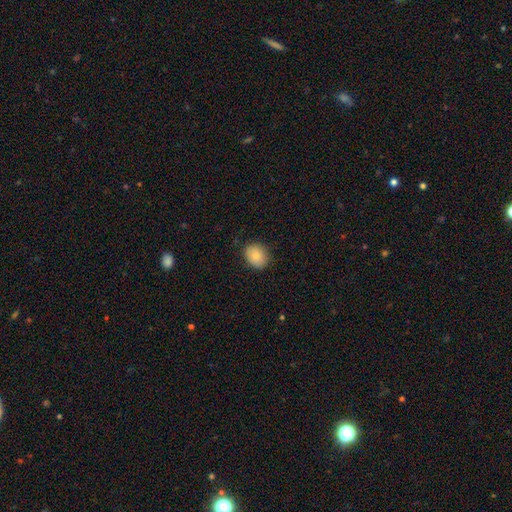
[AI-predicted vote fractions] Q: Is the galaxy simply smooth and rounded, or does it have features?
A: smooth — 82%.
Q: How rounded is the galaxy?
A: in between — 53%.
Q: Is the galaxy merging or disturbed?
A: none — 84%.